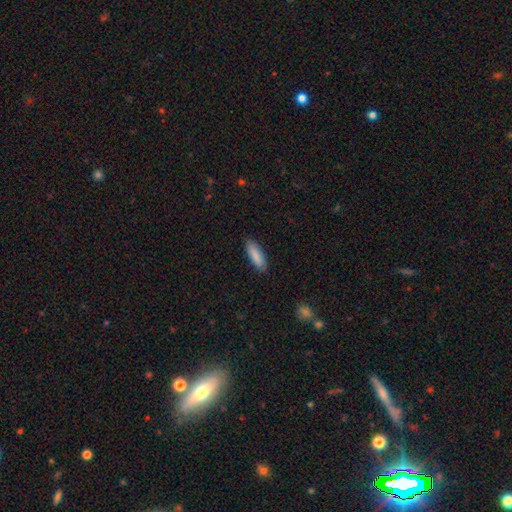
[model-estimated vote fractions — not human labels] Smooth or featured? smooth (88%)
How rounded? in between (60%)
Merging? none (88%)